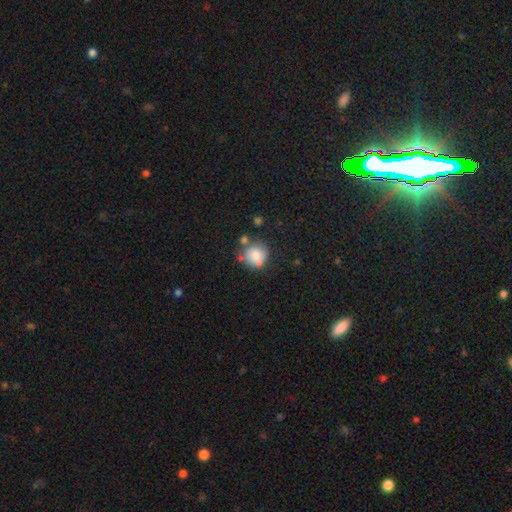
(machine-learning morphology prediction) type=smooth (79%); roundness=round (88%); merging=none (56%).